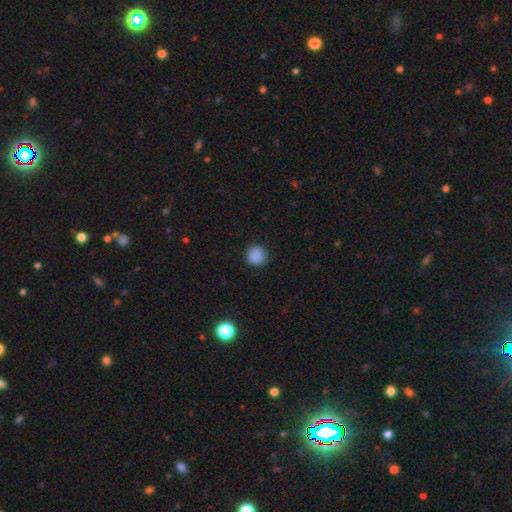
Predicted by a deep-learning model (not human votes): This appears to be a smooth galaxy with no disk features (87%) that is round (88%). Merging: none (85%).